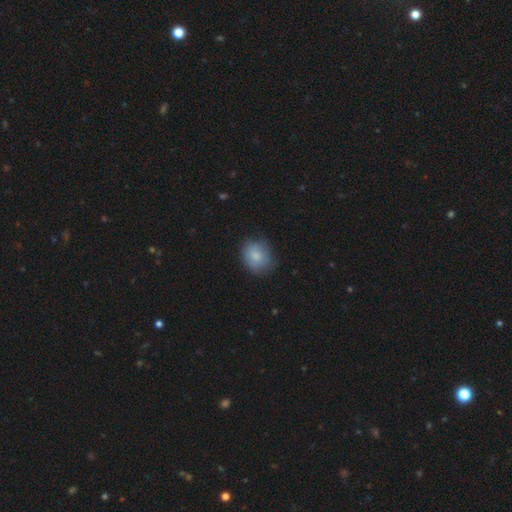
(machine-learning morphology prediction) A smooth galaxy with no disk features (82%) that is round (66%).

Vote fractions:
- Smooth or featured? smooth: 82% / featured or disk: 11% / star or artifact: 7%
- How rounded? round: 66% / in between: 33% / cigar-shaped: 1%
- Merging? none: 70% / minor disturbance: 23% / major disturbance: 6% / merger: 1%